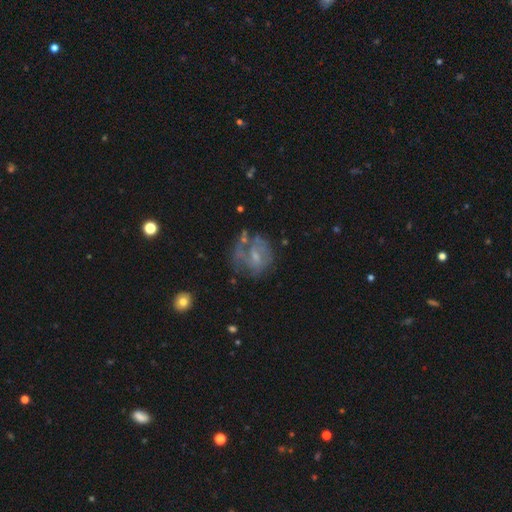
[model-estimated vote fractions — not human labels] Smooth or featured? featured or disk (63%)
Edge-on disk? no (97%)
Bar? no (48%)
Spiral arms? yes (59%)
Bulge size? small (50%)
Merging? none (45%)